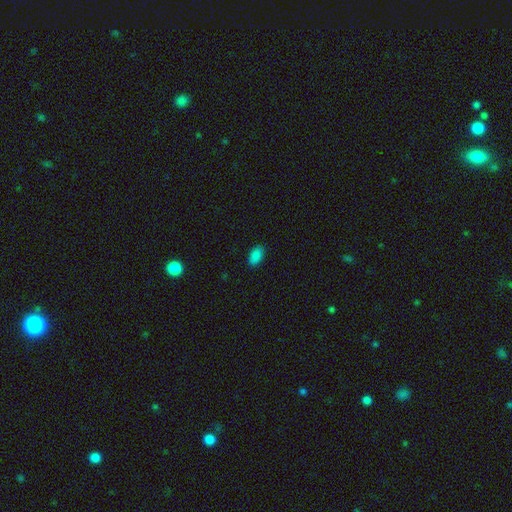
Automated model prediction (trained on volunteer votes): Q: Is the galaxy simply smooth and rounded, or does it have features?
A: smooth — 87%.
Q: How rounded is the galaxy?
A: in between — 93%.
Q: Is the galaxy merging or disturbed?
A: none — 87%.